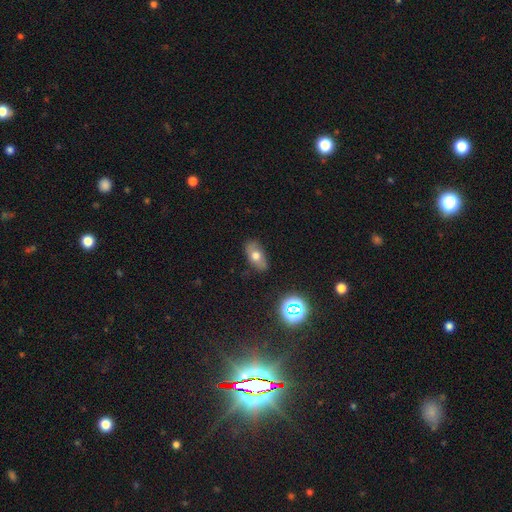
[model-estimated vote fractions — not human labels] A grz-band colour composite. It shows a smooth galaxy with no disk features (59%) that is in between round and cigar-shaped (86%). Merging: none (76%).